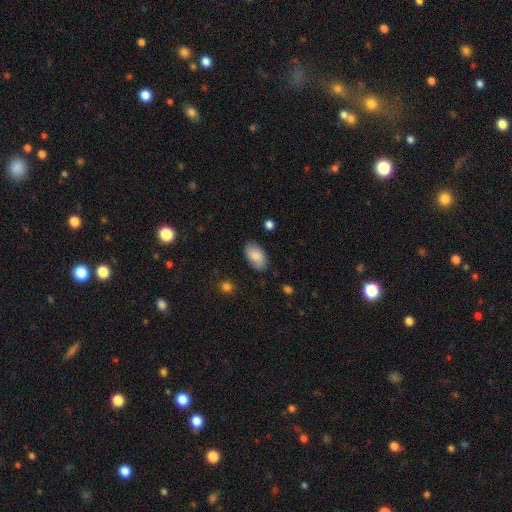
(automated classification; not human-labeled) Q: Smooth or featured?
A: smooth (84%); runner-up: featured or disk (10%)
Q: How rounded?
A: in between (94%); runner-up: round (5%)
Q: Merging?
A: none (82%); runner-up: minor disturbance (14%)